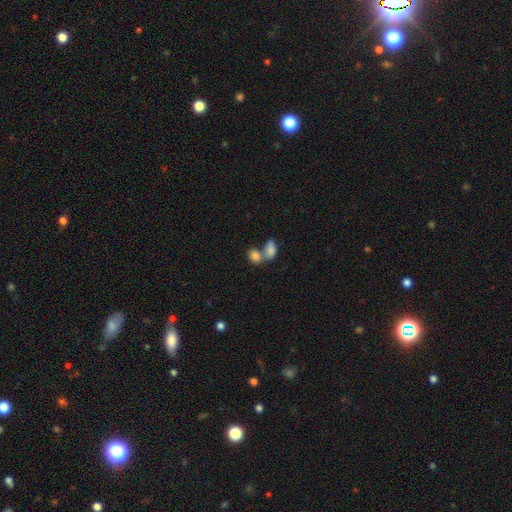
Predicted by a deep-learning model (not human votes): smooth_or_featured: smooth (p=0.82) [alt: featured or disk p=0.09]
how_rounded: in between (p=0.79) [alt: round p=0.19]
merging: merger (p=0.60) [alt: none p=0.28]